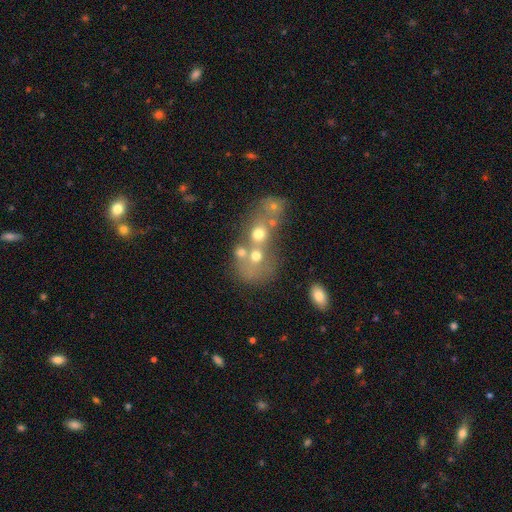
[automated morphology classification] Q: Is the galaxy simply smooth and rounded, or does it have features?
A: smooth — 48%.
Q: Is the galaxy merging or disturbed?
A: merger — 63%.